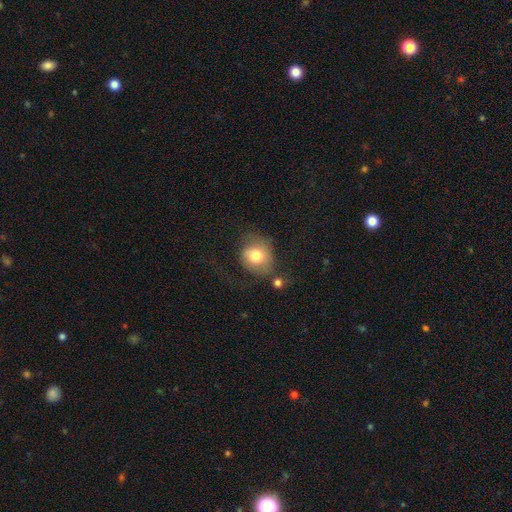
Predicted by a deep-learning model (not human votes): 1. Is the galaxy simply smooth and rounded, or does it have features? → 76% smooth, 16% featured or disk, 8% star or artifact.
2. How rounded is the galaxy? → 72% round, 27% in between, 1% cigar-shaped.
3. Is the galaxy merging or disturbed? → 47% none, 24% minor disturbance, 20% major disturbance, 9% merger.